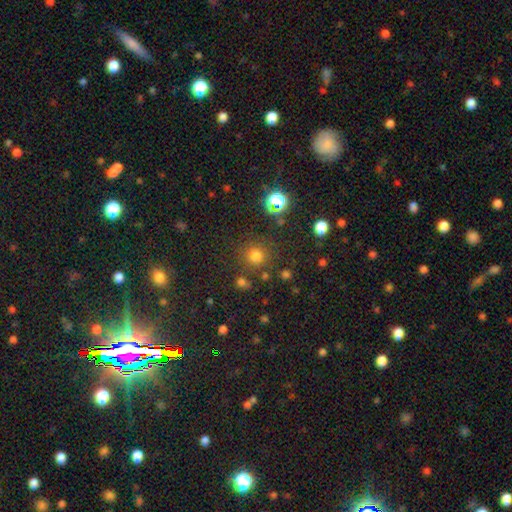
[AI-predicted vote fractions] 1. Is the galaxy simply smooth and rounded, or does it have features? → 71% smooth, 23% star or artifact, 6% featured or disk.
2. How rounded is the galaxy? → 93% round, 7% in between, 1% cigar-shaped.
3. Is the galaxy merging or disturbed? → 82% none, 9% minor disturbance, 5% merger, 4% major disturbance.